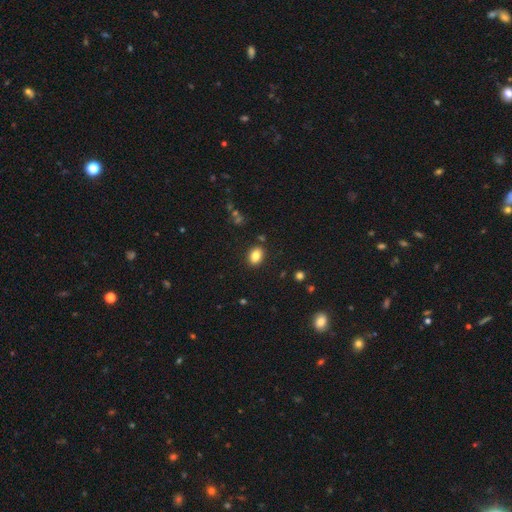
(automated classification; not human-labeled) smooth-or-featured: smooth: 84% | star or artifact: 10% | featured or disk: 7%
  how-rounded: in between: 77% | round: 22% | cigar-shaped: 1%
  merging: none: 86% | minor disturbance: 9% | major disturbance: 2% | merger: 2%